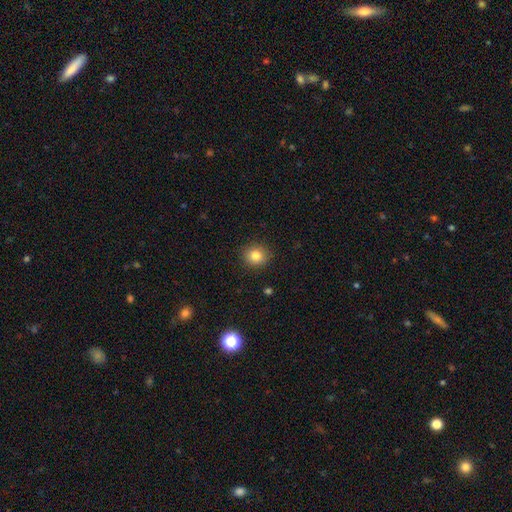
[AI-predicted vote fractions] This appears to be a smooth galaxy with no disk features (82%) that is round (84%). Merging: none (90%).